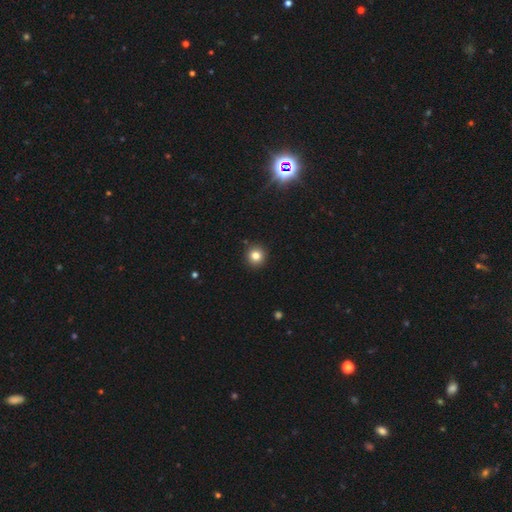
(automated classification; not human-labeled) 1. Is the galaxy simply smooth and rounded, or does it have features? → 82% smooth, 12% star or artifact, 6% featured or disk.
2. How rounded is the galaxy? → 94% round, 5% in between, 1% cigar-shaped.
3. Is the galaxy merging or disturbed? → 91% none, 5% minor disturbance, 2% major disturbance, 2% merger.